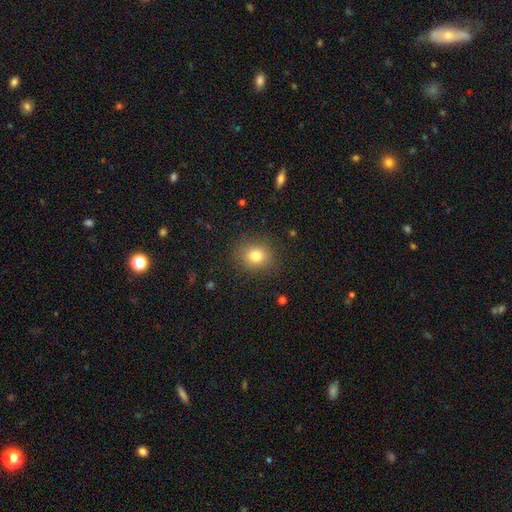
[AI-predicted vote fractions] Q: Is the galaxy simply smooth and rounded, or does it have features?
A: smooth — 80%.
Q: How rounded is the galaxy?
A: round — 78%.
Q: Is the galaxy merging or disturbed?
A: none — 87%.